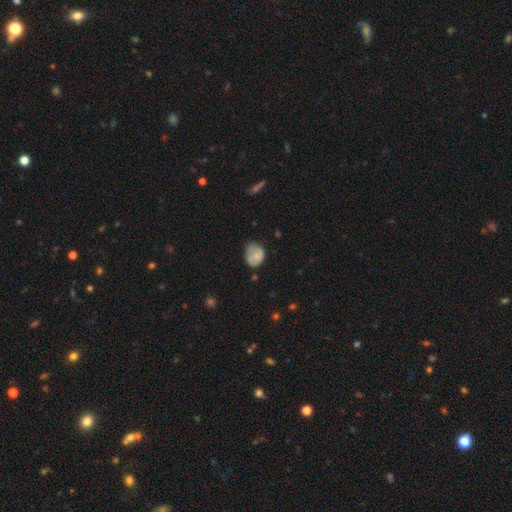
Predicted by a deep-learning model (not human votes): Morphology: type=smooth (76%); roundness=round (50%); merging=none (48%).